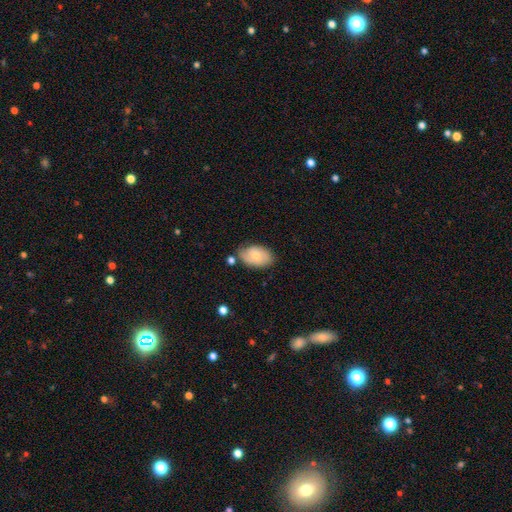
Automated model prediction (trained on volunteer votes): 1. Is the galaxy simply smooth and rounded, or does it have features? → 61% smooth, 32% featured or disk, 7% star or artifact.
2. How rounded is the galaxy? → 91% in between, 7% round, 1% cigar-shaped.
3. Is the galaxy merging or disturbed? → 66% none, 23% minor disturbance, 6% merger, 5% major disturbance.